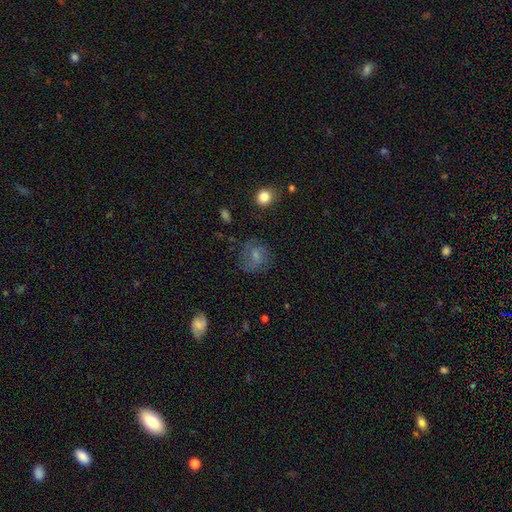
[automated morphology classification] The model was most divided on "smooth or featured": smooth: 59%, featured or disk: 29%, star or artifact: 12%. More confident: how rounded — round (71%); merging — none (65%).